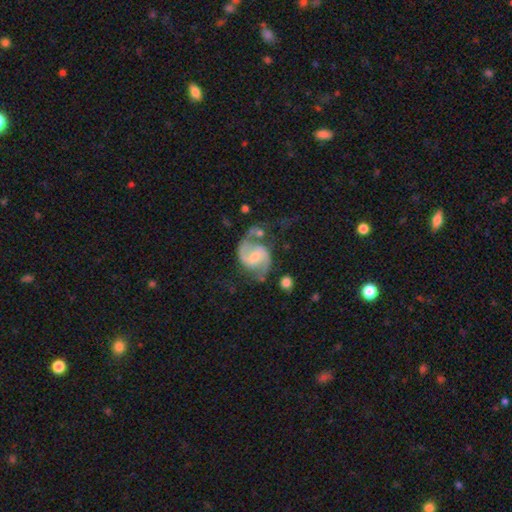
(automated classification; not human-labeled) featured or disk 88%, smooth 7%, star or artifact 5%. Down the decision tree: edge-on disk — no (98%); bar — weak (47%); spiral arms — yes (97%); spiral arm count — 2 (91%); spiral winding — medium (52%); bulge size — moderate (44%, tied with small); merging — none (57%).